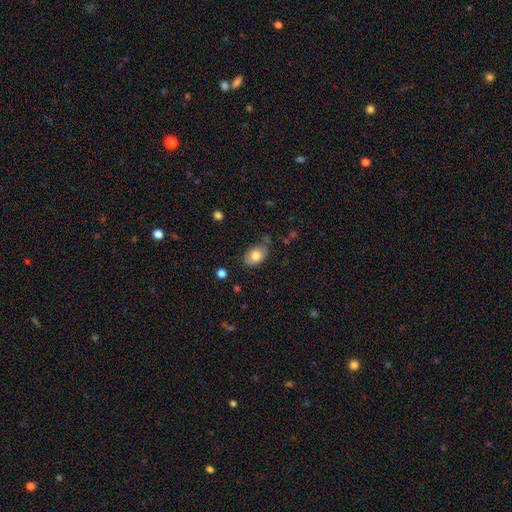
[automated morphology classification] This appears to be a smooth galaxy with no disk features (78%) that is in between round and cigar-shaped (83%). Merging: none (69%).